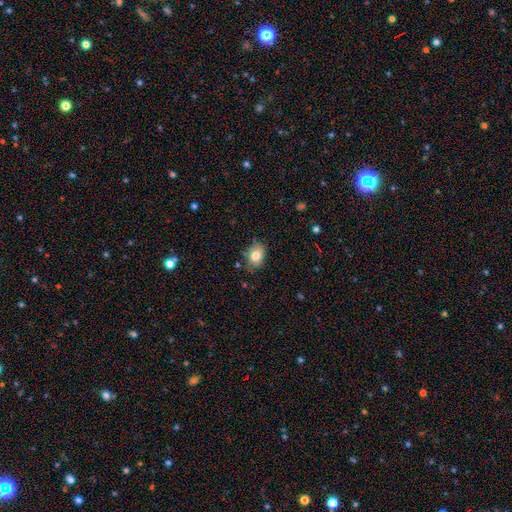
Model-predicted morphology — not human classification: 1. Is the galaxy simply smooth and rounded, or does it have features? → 81% smooth, 10% featured or disk, 9% star or artifact.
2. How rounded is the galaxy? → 70% in between, 29% round, 1% cigar-shaped.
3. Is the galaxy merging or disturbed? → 75% none, 19% minor disturbance, 3% major disturbance, 2% merger.